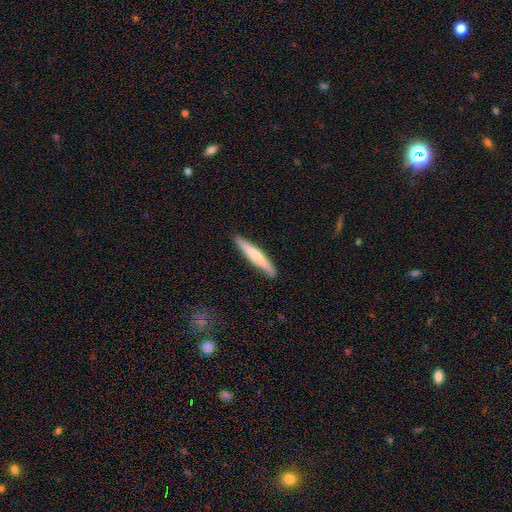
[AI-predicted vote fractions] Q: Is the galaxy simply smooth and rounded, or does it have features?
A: smooth — 62%.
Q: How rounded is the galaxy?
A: cigar-shaped — 93%.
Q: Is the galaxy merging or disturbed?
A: none — 89%.